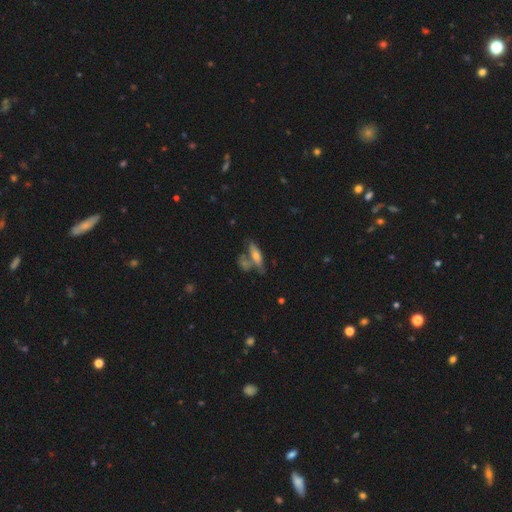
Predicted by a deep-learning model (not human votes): Overall: smooth (57%; featured or disk 34%). How rounded: in between (55%; cigar-shaped 41%). Merging: none (45%; merger 31%).